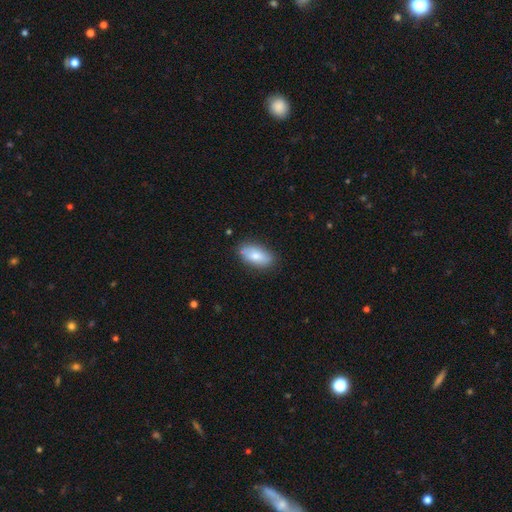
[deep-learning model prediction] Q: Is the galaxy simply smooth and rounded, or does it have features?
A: smooth — 76%.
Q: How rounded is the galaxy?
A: in between — 90%.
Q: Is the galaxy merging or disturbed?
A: none — 81%.